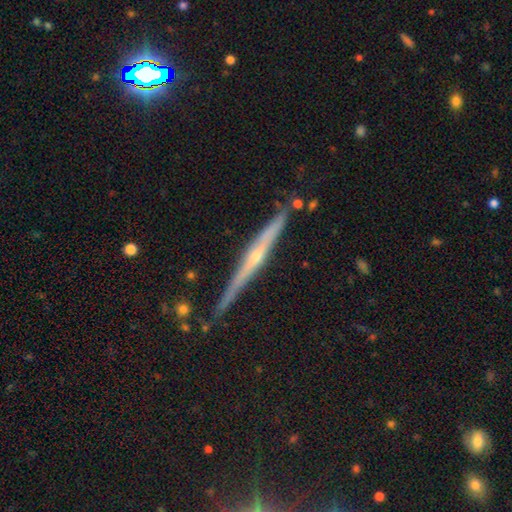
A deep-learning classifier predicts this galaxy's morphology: Overall: featured or disk (78%). Edge-on disk: yes (98%). Edge-on bulge: rounded (71%). Merging: none (86%).